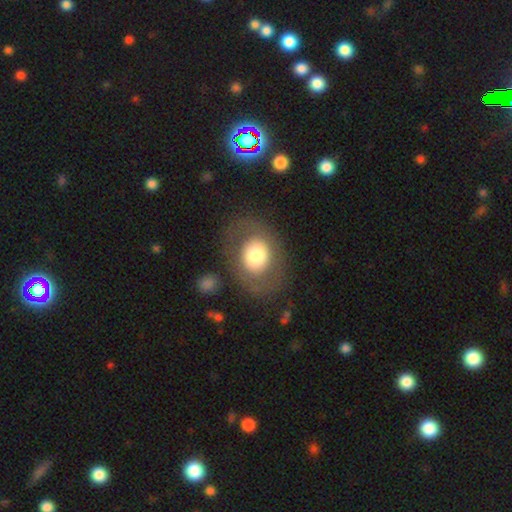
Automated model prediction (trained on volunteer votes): This appears to be a smooth galaxy with no disk features (62%) that is in between round and cigar-shaped (57%). Merging: none (77%).